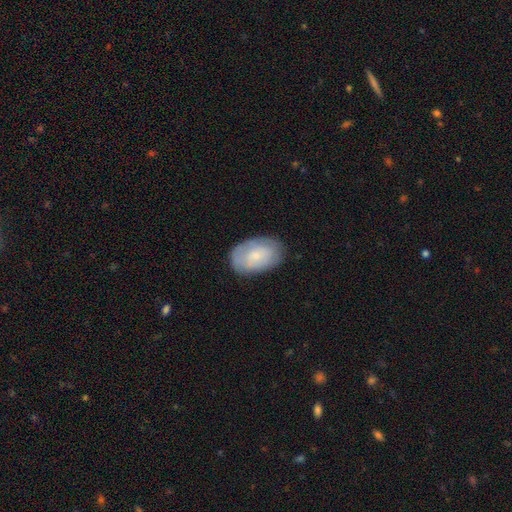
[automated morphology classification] A smooth galaxy with no disk features (67%) that is in between round and cigar-shaped (90%).

Vote fractions:
- Smooth or featured? smooth: 67% / featured or disk: 26% / star or artifact: 7%
- How rounded? in between: 90% / round: 9% / cigar-shaped: 1%
- Merging? none: 77% / minor disturbance: 17% / major disturbance: 4% / merger: 1%